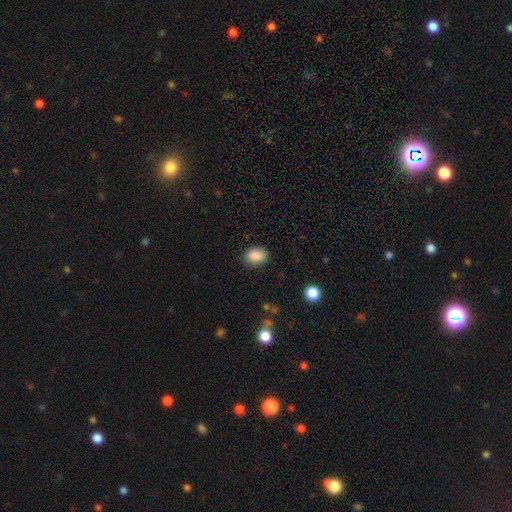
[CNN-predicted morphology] Smooth or featured? Predicted: smooth (p=0.88). How rounded? Predicted: in between (p=0.73). Merging? Predicted: none (p=0.84).